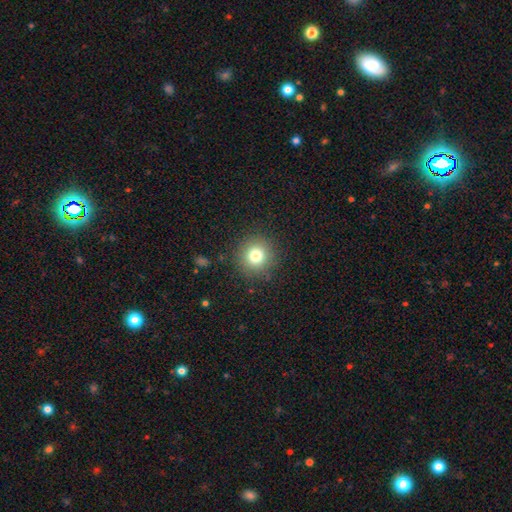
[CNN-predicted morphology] type=smooth (78%); roundness=round (94%); merging=none (89%).